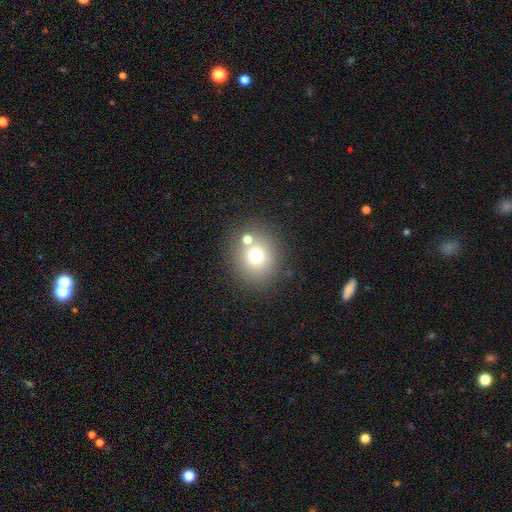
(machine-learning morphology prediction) Smooth or featured?
  - smooth: 69% *
  - star or artifact: 16%
  - featured or disk: 14%
How rounded?
  - round: 78% *
  - in between: 21%
  - cigar-shaped: 1%
Merging?
  - none: 71% *
  - merger: 15%
  - minor disturbance: 9%
  - major disturbance: 4%